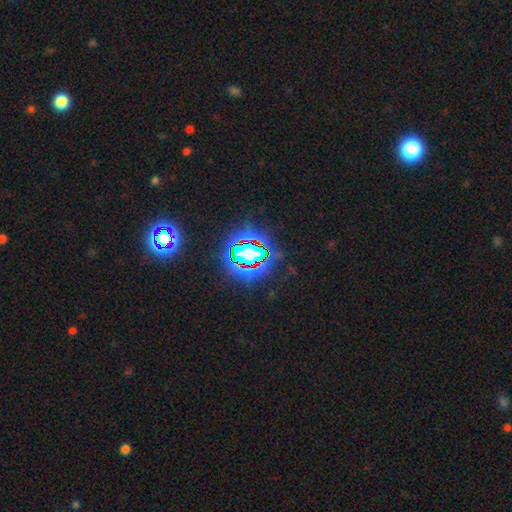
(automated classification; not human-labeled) Smooth or featured?
  - star or artifact: 78% *
  - smooth: 13%
  - featured or disk: 9%